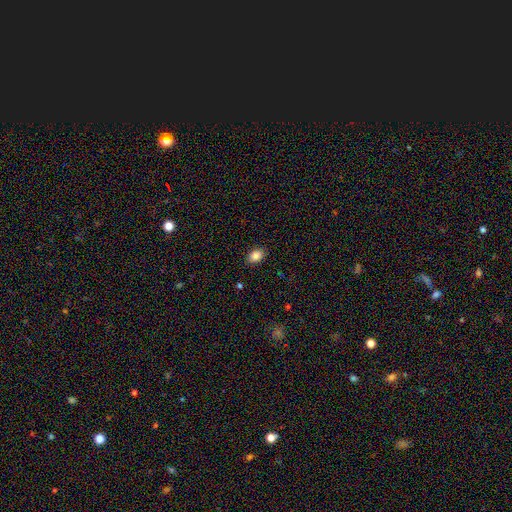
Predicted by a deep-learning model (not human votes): Smooth or featured?
  - smooth: 85% *
  - star or artifact: 9%
  - featured or disk: 6%
How rounded?
  - in between: 84% *
  - round: 15%
  - cigar-shaped: 1%
Merging?
  - none: 88% *
  - minor disturbance: 9%
  - major disturbance: 2%
  - merger: 1%